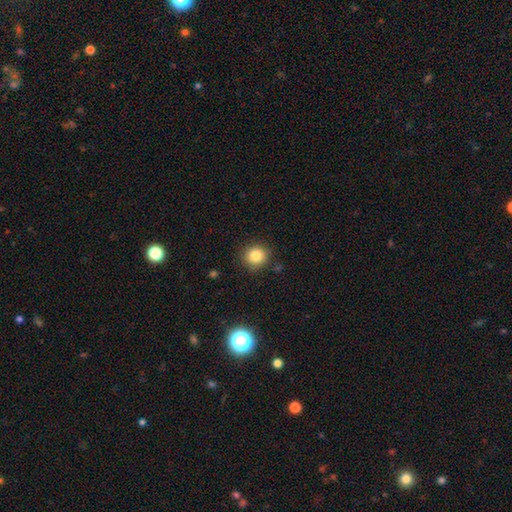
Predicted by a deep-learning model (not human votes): Morphology: type=smooth (83%); roundness=round (87%); merging=none (87%).